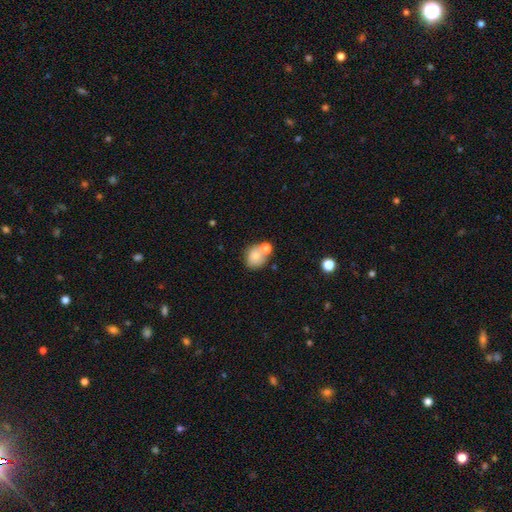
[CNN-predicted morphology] This appears to be a smooth galaxy with no disk features (76%) that is round (68%). Merging: none (48%).